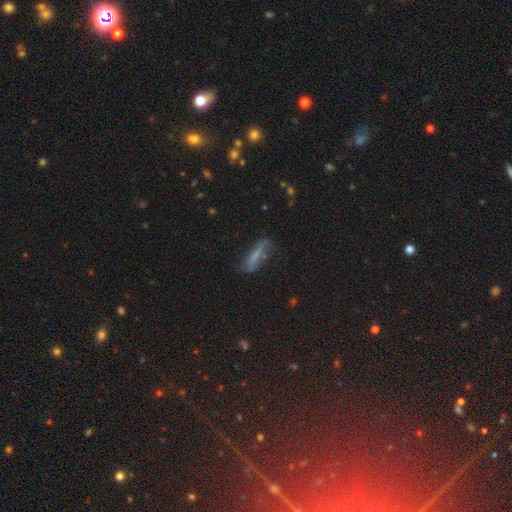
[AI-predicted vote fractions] smooth-or-featured: smooth: 61% | featured or disk: 27% | star or artifact: 12%
  how-rounded: cigar-shaped: 75% | in between: 23% | round: 2%
  merging: none: 61% | minor disturbance: 26% | major disturbance: 10% | merger: 3%